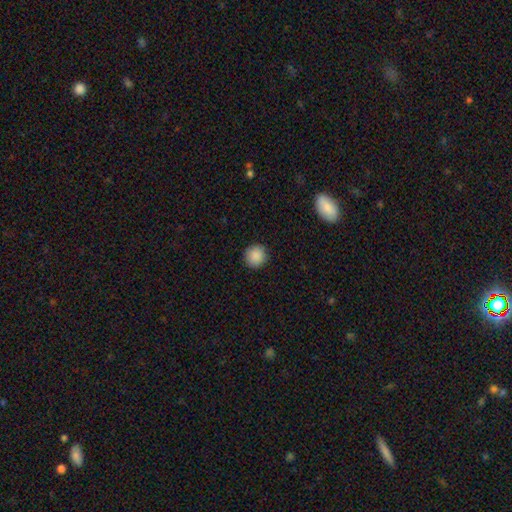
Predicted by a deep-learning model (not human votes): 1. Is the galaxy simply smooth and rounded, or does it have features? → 89% smooth, 8% star or artifact, 3% featured or disk.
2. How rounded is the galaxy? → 93% round, 6% in between, 1% cigar-shaped.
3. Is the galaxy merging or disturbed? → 92% none, 6% minor disturbance, 2% major disturbance, 1% merger.